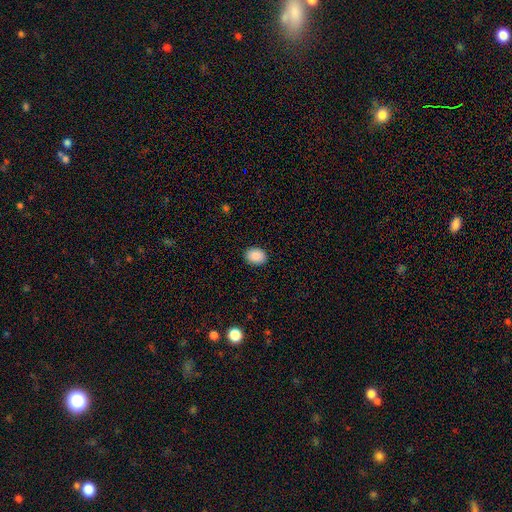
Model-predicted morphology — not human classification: Overall: smooth (89%). How rounded: in between (65%; round 34%). Merging: none (89%).